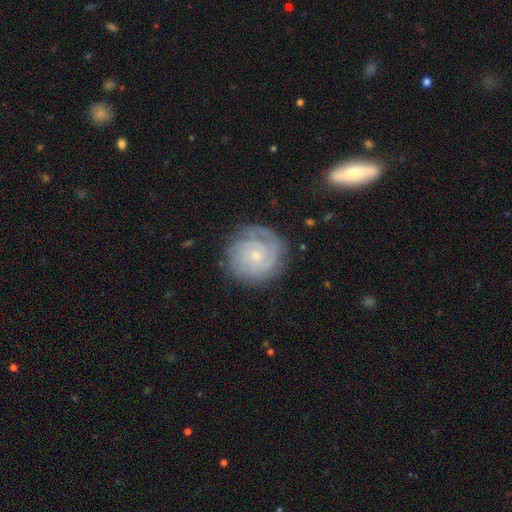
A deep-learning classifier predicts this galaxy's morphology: smooth-or-featured: featured or disk: 82% | smooth: 13% | star or artifact: 6%
  disk-edge-on: no: 98% | yes: 2%
    bar: no: 75% | weak: 21% | strong: 4%
    has-spiral-arms: yes: 96% | no: 4%
      spiral-winding: tight: 75% | medium: 21% | loose: 4%
      spiral-arm-count: can't tell: 28% | 3: 26% | 2: 25% | 4: 8% | 1: 7% | more than 4: 6%
    bulge-size: small: 74% | moderate: 21% | none: 3% | large: 1% | dominant: 1%
  merging: none: 78% | minor disturbance: 15% | major disturbance: 6% | merger: 1%